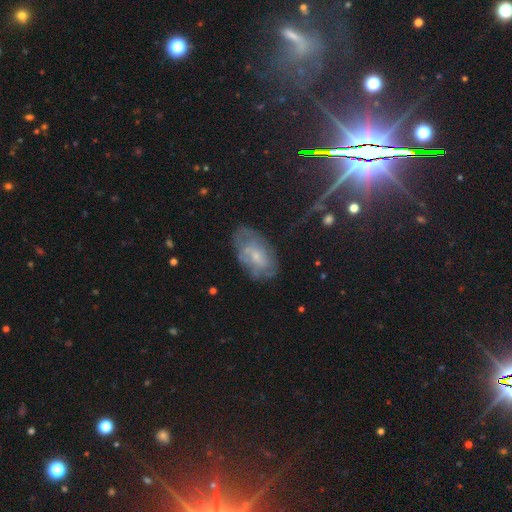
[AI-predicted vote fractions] Smooth or featured: featured or disk — 55% (smooth — 34%)
Edge-on disk: no — 93% (yes — 7%)
Bar: no — 64% (weak — 31%)
Spiral arms: yes — 59% (no — 41%)
Bulge size: small — 64% (moderate — 25%)
Merging: none — 65% (minor disturbance — 23%)